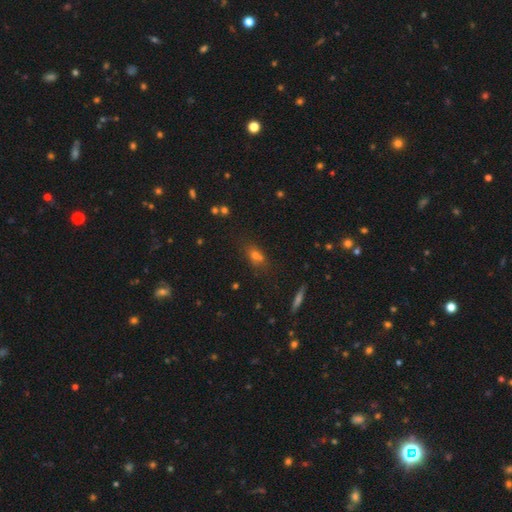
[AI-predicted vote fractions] This appears to be a smooth galaxy with no disk features (61%) that is in between round and cigar-shaped (66%). Merging: none (65%).